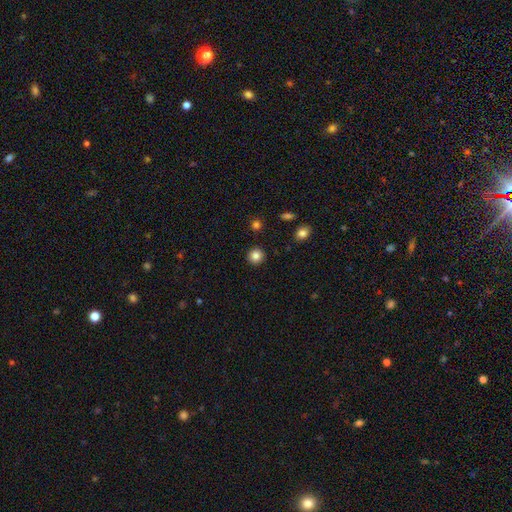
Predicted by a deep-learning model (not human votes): Smooth or featured: smooth — 85% (star or artifact — 10%)
How rounded: round — 93% (in between — 6%)
Merging: none — 92% (minor disturbance — 5%)